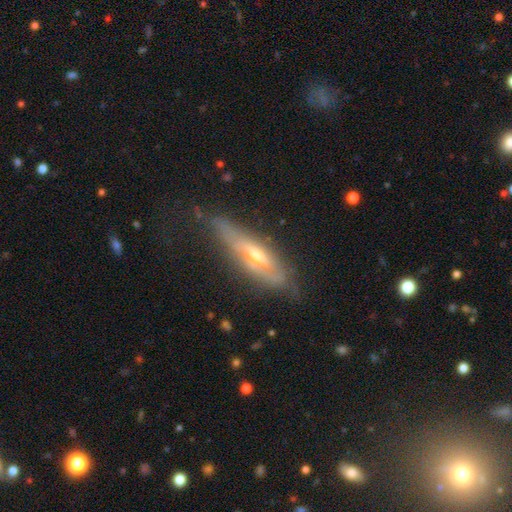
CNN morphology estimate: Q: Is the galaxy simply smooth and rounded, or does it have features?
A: featured or disk — 70%.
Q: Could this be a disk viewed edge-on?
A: yes — 70%.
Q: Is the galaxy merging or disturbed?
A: none — 60%.